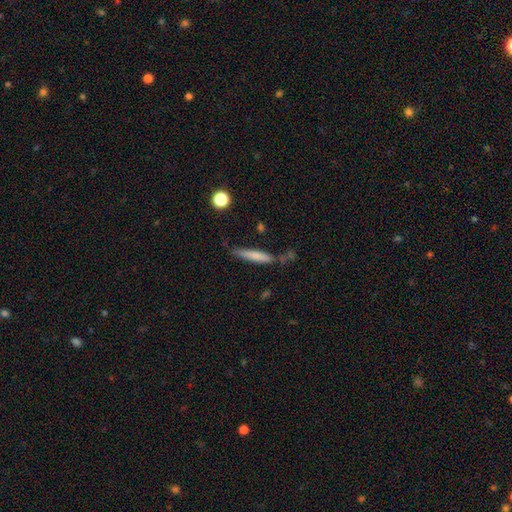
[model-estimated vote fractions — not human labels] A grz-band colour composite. It shows a smooth galaxy with no disk features (72%) that is cigar-shaped (90%). Merging: none (68%).